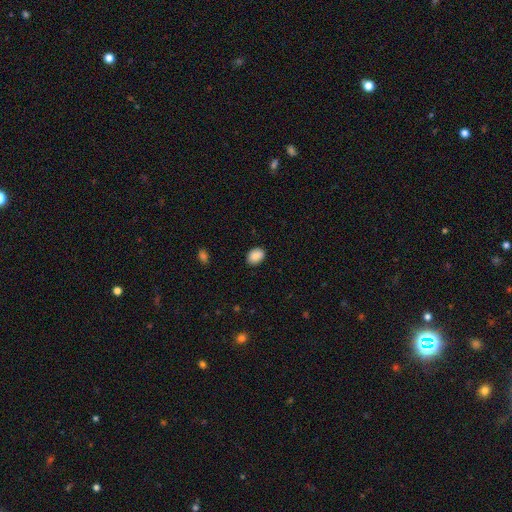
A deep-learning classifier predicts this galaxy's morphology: A smooth galaxy with no disk features (87%) that is in between round and cigar-shaped (69%).

Vote fractions:
- Smooth or featured? smooth: 87% / star or artifact: 8% / featured or disk: 6%
- How rounded? in between: 69% / round: 30% / cigar-shaped: 1%
- Merging? none: 87% / minor disturbance: 10% / major disturbance: 2% / merger: 1%